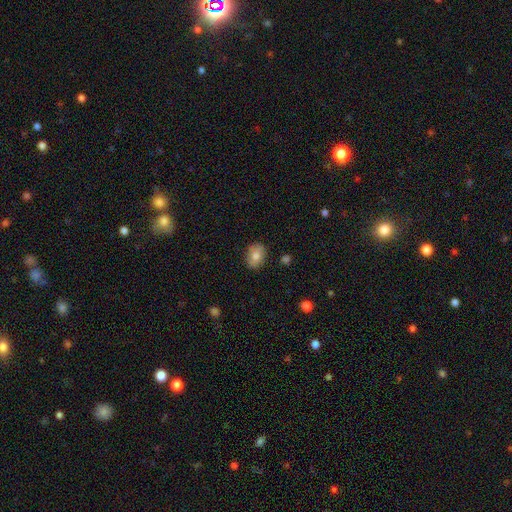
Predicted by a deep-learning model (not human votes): This appears to be a smooth galaxy with no disk features (78%) that is in between round and cigar-shaped (70%). Merging: none (81%).